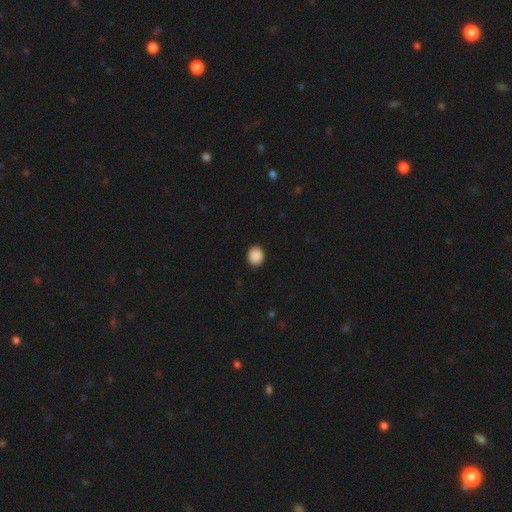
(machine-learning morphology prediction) type=smooth (89%); roundness=round (70%); merging=none (92%).